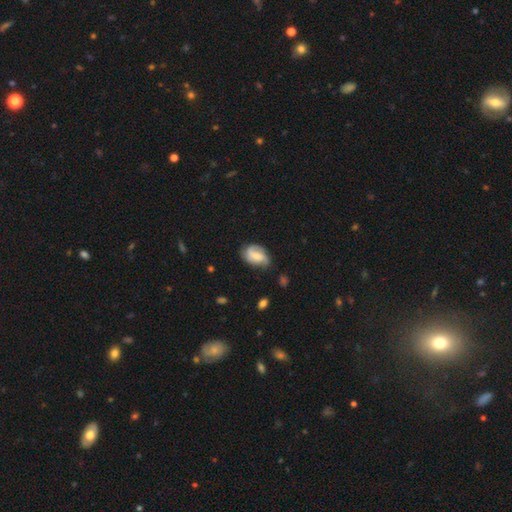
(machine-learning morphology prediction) Overall: featured or disk (49%; smooth 43%). Merging: none (58%; minor disturbance 30%).